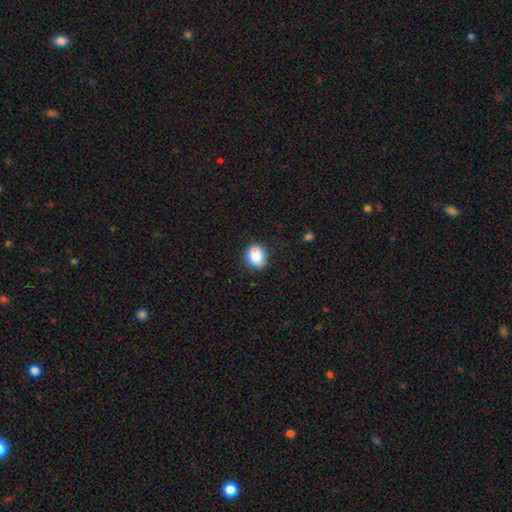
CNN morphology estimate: Q: Smooth or featured?
A: smooth (84%); runner-up: star or artifact (9%)
Q: How rounded?
A: round (55%); runner-up: in between (44%)
Q: Merging?
A: none (69%); runner-up: minor disturbance (19%)